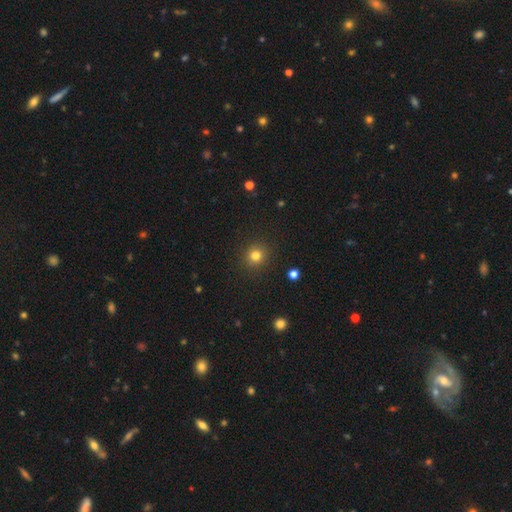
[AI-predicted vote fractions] The model was most divided on "smooth or featured": smooth: 81%, star or artifact: 14%, featured or disk: 6%. More confident: merging — none (91%); how rounded — round (90%).